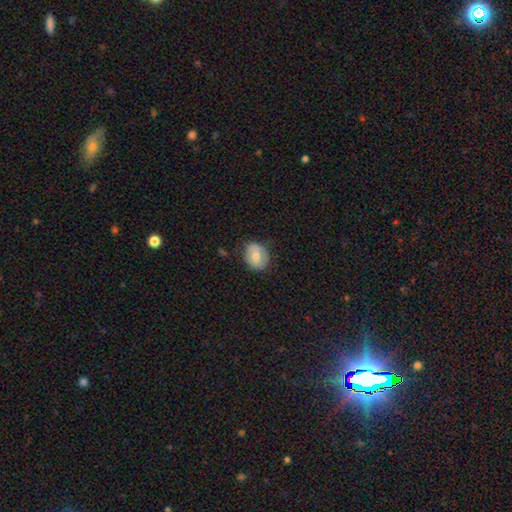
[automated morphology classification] Smooth or featured? Predicted: smooth (p=0.60). How rounded? Predicted: round (p=0.62). Merging? Predicted: none (p=0.79).